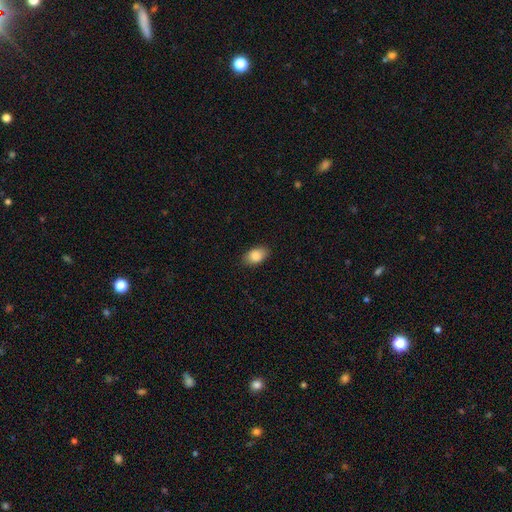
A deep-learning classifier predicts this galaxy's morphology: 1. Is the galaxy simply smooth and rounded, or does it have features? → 86% smooth, 7% star or artifact, 6% featured or disk.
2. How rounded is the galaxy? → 89% in between, 9% round, 2% cigar-shaped.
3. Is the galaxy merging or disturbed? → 86% none, 11% minor disturbance, 2% major disturbance, 1% merger.